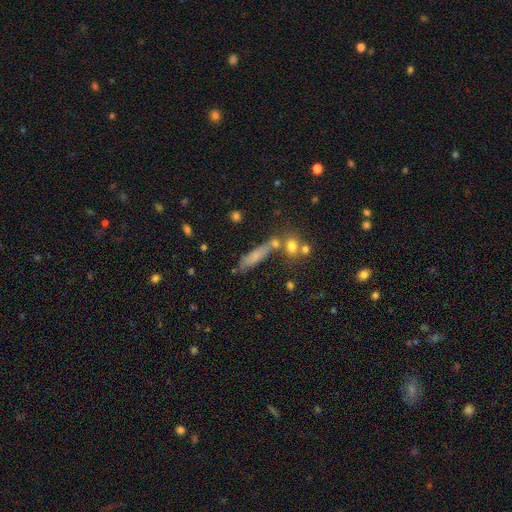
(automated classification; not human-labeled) This appears to be a smooth galaxy with no disk features (65%) that is cigar-shaped (75%). Merging: none (65%).